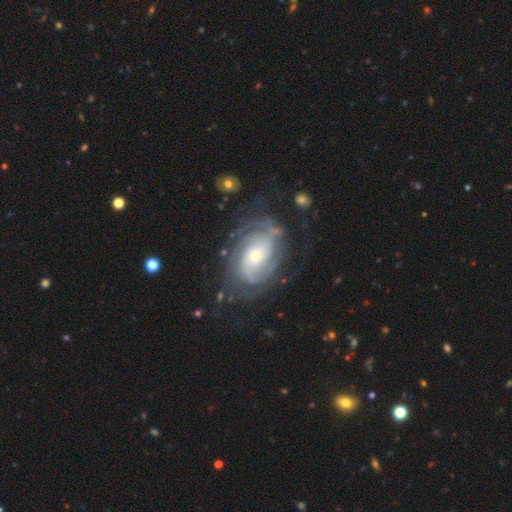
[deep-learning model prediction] Morphology: type=featured or disk (83%); edge-on=no (97%); bar=no (64%); spiral arms=yes (92%); winding=tight (56%); arm count=can't tell (36%); bulge=small (47%); merging=none (65%).